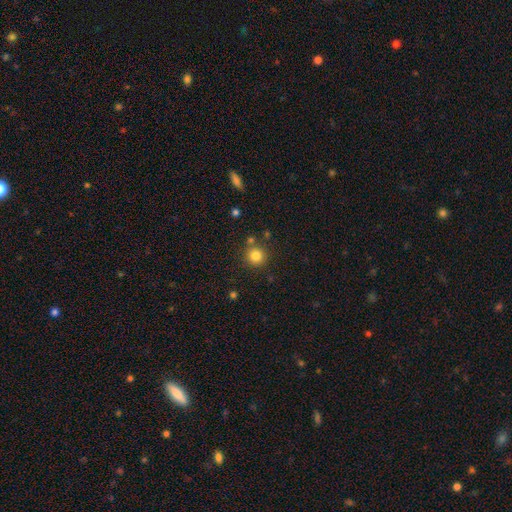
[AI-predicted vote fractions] Smooth or featured? smooth (82%)
How rounded? round (94%)
Merging? none (82%)